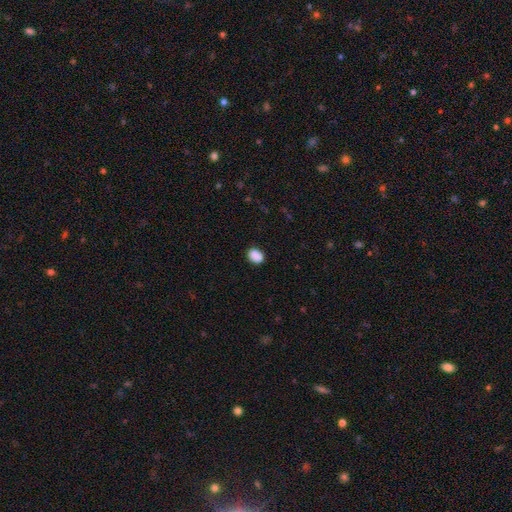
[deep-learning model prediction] This appears to be a smooth galaxy with no disk features (86%) that is in between round and cigar-shaped (58%). Merging: none (77%).